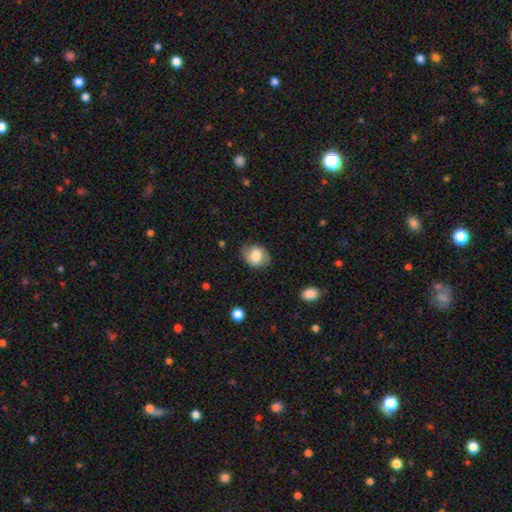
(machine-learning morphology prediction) This appears to be a smooth galaxy with no disk features (66%) that is in between round and cigar-shaped (59%). Merging: none (76%).